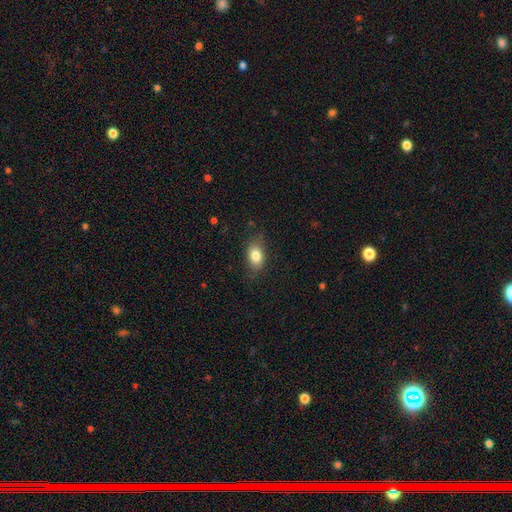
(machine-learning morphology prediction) The model was most divided on "merging": none: 77%, minor disturbance: 17%, major disturbance: 4%, merger: 1%. More confident: how rounded — in between (83%); smooth or featured — smooth (82%).